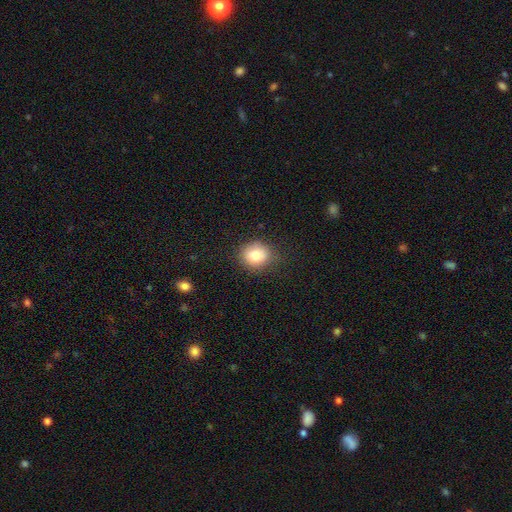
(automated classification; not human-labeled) smooth_or_featured: smooth (p=0.82) [alt: star or artifact p=0.09]
how_rounded: round (p=0.73) [alt: in between p=0.26]
merging: none (p=0.81) [alt: minor disturbance p=0.14]